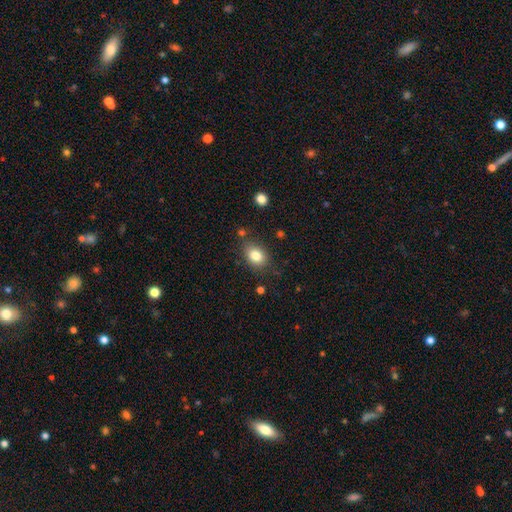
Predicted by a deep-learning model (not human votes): smooth 83%, star or artifact 10%, featured or disk 8%. Down the decision tree: how rounded — in between (66%); merging — none (79%).